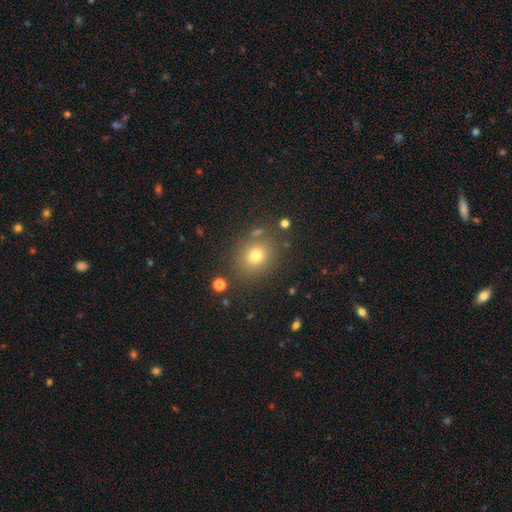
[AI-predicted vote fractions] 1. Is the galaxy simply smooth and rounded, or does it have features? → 73% smooth, 17% star or artifact, 10% featured or disk.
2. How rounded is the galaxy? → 70% round, 29% in between, 1% cigar-shaped.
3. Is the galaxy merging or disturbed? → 81% none, 10% minor disturbance, 5% merger, 4% major disturbance.